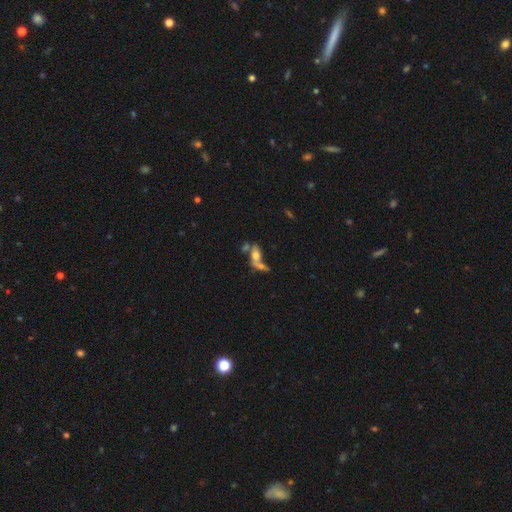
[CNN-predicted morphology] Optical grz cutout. It shows a smooth galaxy with no disk features (49%). Merging: merger (54%).